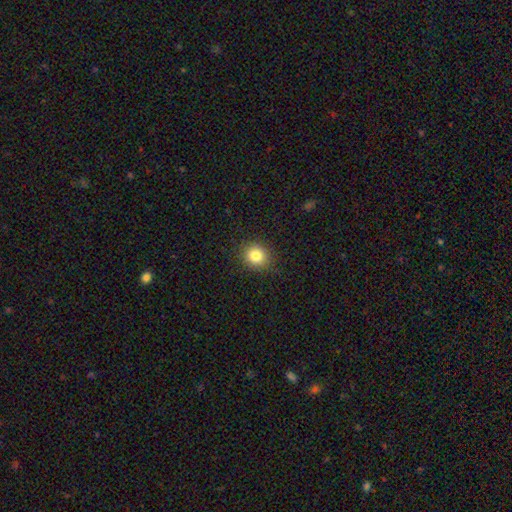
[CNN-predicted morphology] Smooth or featured: smooth — 83% (star or artifact — 11%)
How rounded: round — 83% (in between — 16%)
Merging: none — 89% (minor disturbance — 8%)